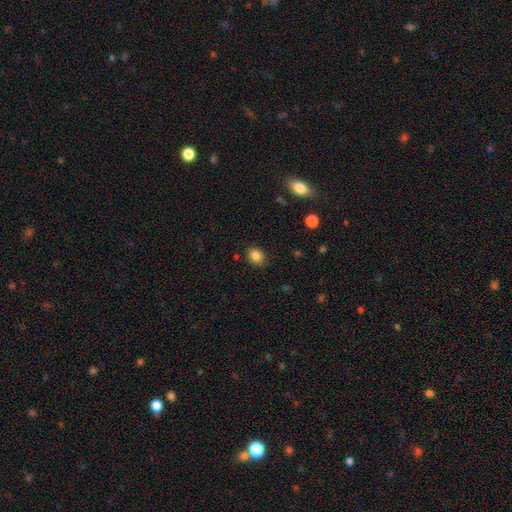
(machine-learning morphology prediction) This appears to be a smooth galaxy with no disk features (85%) that is round (57%). Merging: none (83%).